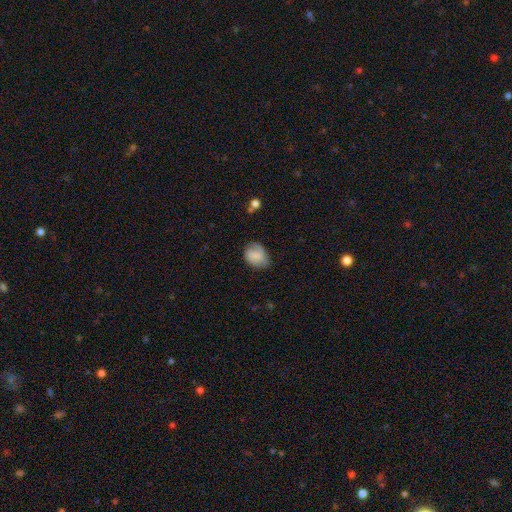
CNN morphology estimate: smooth-or-featured: smooth: 74% | featured or disk: 18% | star or artifact: 8%
  how-rounded: in between: 69% | round: 30% | cigar-shaped: 1%
  merging: none: 56% | minor disturbance: 32% | major disturbance: 10% | merger: 2%